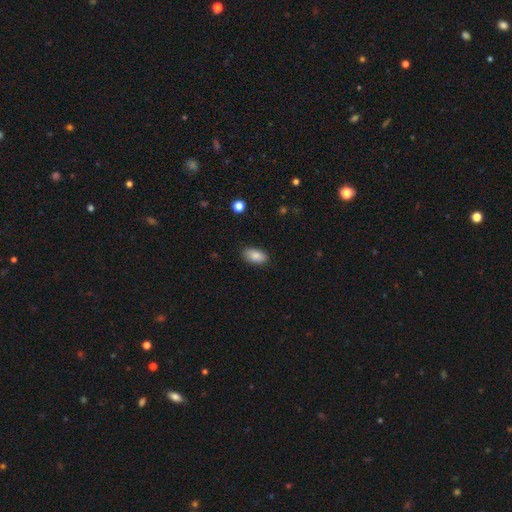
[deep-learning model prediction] Overall: smooth (86%). How rounded: in between (93%). Merging: none (86%).